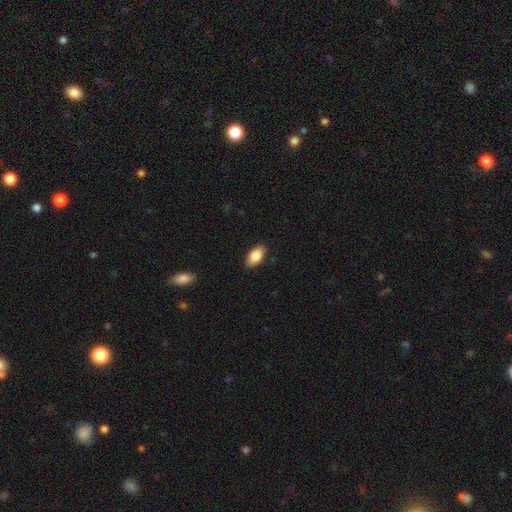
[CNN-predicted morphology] This is clearly a smooth galaxy (85%). How rounded: clearly in between (93%). Merging: clearly none (89%).